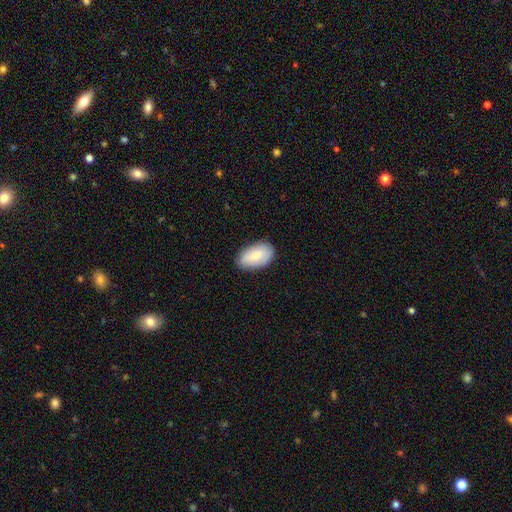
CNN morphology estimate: A smooth galaxy with no disk features (71%) that is in between round and cigar-shaped (93%). Merging: none (82%).